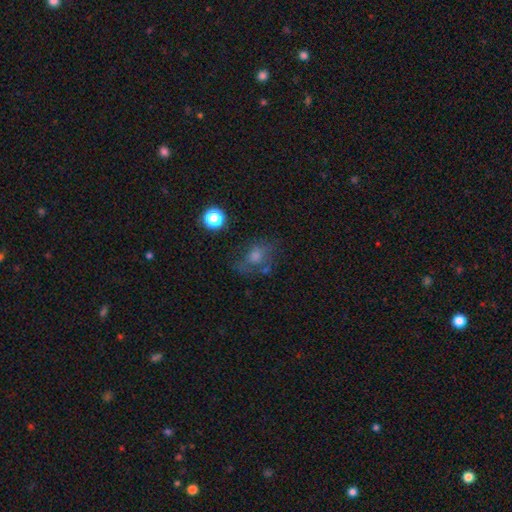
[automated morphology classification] Q: Smooth or featured?
A: smooth (44%); runner-up: featured or disk (32%)
Q: Merging?
A: none (52%); runner-up: minor disturbance (22%)